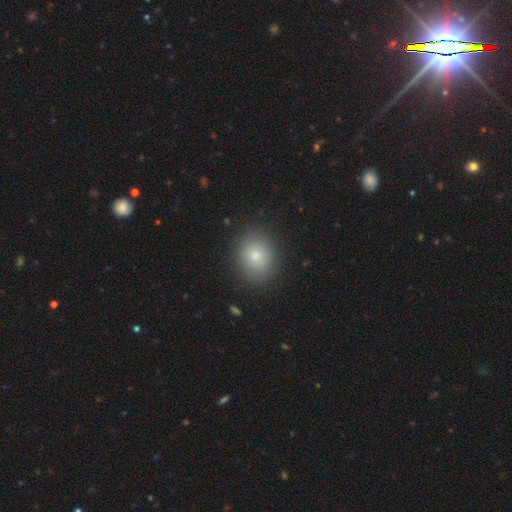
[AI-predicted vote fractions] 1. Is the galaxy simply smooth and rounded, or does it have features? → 79% smooth, 11% star or artifact, 10% featured or disk.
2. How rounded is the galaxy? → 59% round, 40% in between, 1% cigar-shaped.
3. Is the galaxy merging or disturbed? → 87% none, 9% minor disturbance, 3% major disturbance, 1% merger.